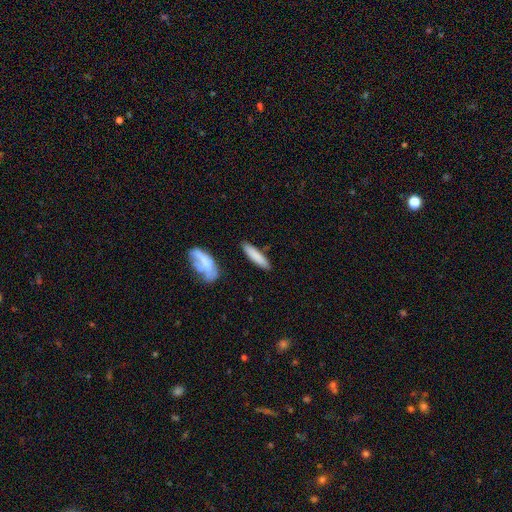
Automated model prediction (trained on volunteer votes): smooth_or_featured: smooth (p=0.81) [alt: featured or disk p=0.13]
how_rounded: cigar-shaped (p=0.78) [alt: in between p=0.21]
merging: none (p=0.84) [alt: minor disturbance p=0.10]